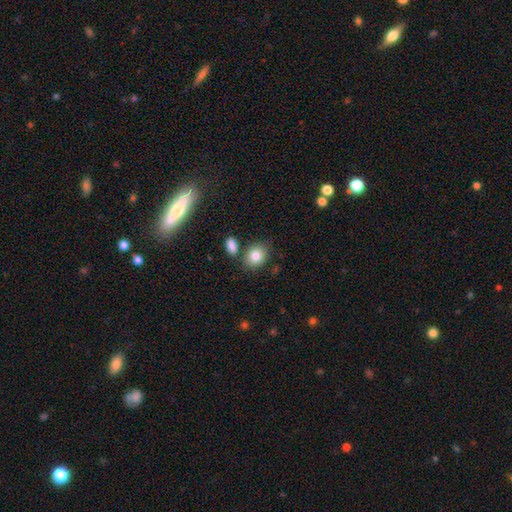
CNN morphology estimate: type=smooth (83%); roundness=round (50%); merging=none (73%).